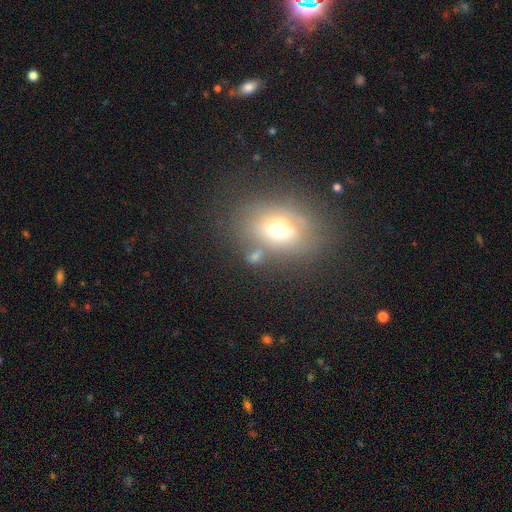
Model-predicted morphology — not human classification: Smooth or featured? smooth (56%)
How rounded? in between (70%)
Merging? none (62%)